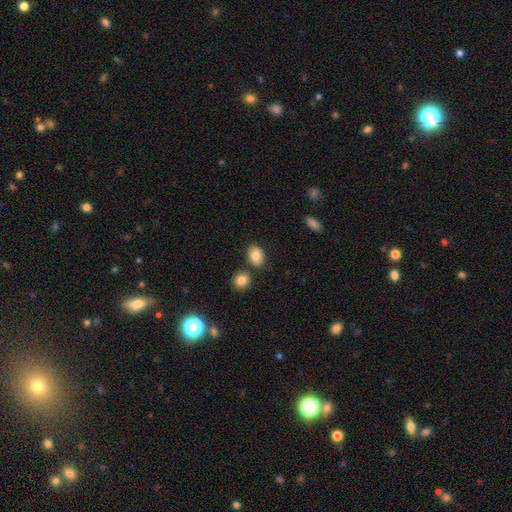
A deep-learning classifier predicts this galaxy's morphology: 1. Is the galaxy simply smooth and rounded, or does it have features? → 81% smooth, 11% featured or disk, 8% star or artifact.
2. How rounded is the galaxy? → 76% in between, 23% round, 1% cigar-shaped.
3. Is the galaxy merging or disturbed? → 76% none, 11% minor disturbance, 10% merger, 3% major disturbance.